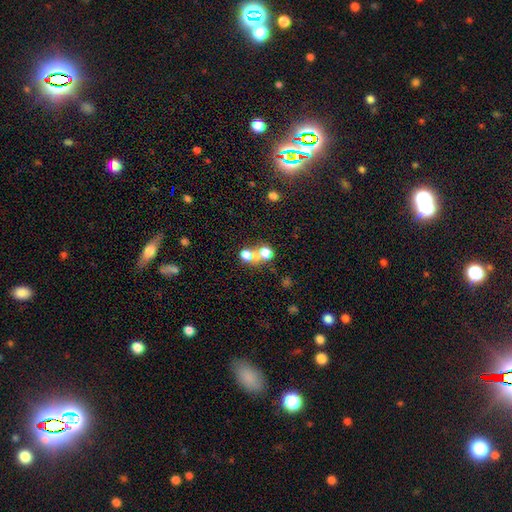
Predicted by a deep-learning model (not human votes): Smooth or featured: smooth — 63% (star or artifact — 22%)
How rounded: round — 76% (in between — 22%)
Merging: merger — 51% (none — 38%)